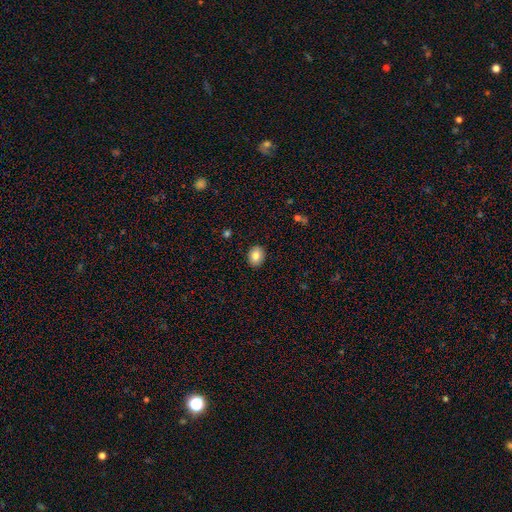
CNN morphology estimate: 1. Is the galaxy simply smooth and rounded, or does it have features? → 83% smooth, 9% featured or disk, 8% star or artifact.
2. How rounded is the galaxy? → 58% in between, 41% round, 1% cigar-shaped.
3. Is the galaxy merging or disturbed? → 90% none, 7% minor disturbance, 2% major disturbance, 1% merger.